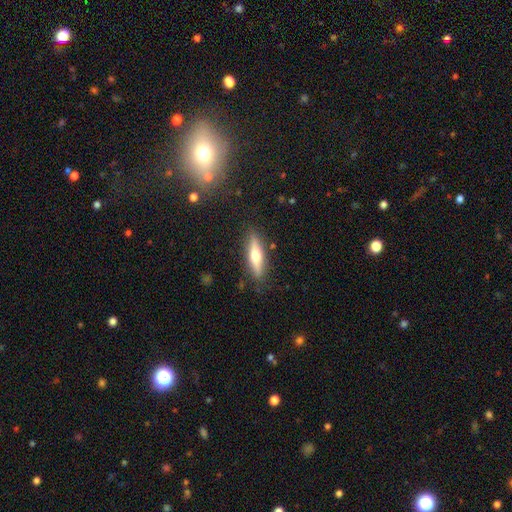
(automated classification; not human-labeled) A smooth galaxy with no disk features (47%). Merging: none (86%).